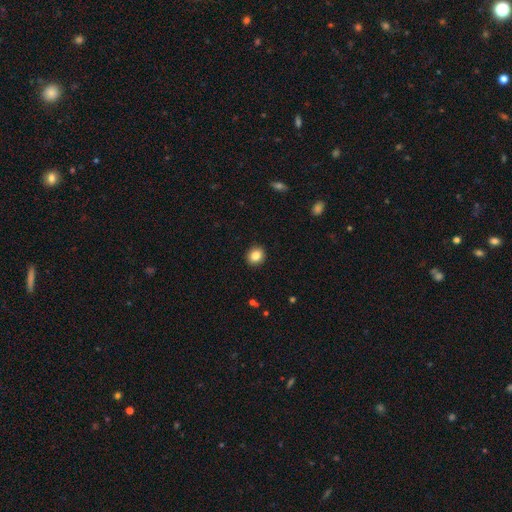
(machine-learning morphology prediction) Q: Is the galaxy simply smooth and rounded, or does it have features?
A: smooth — 84%.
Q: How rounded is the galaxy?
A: round — 79%.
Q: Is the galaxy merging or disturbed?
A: none — 92%.